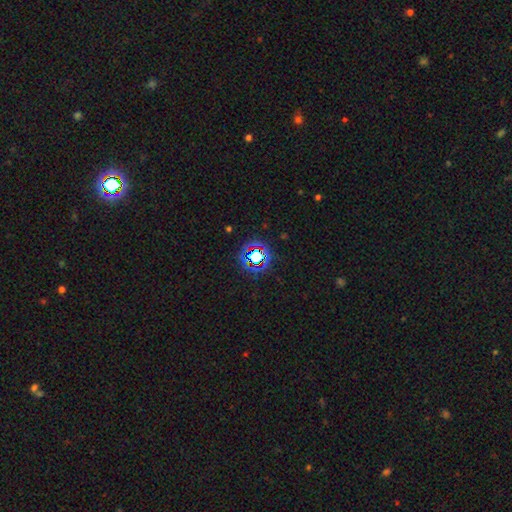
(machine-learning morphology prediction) The model was most divided on "smooth or featured": star or artifact: 69%, smooth: 20%, featured or disk: 11%.